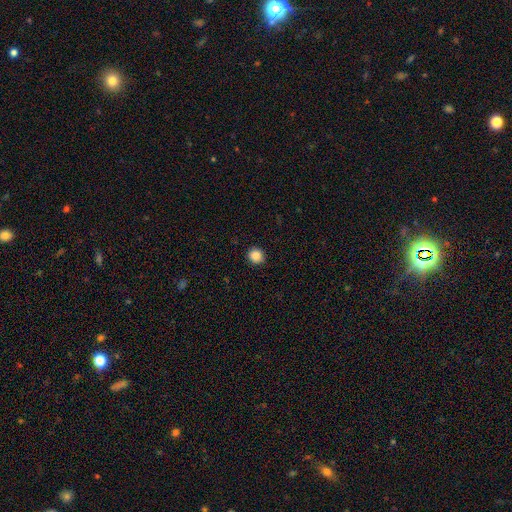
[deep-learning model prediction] This appears to be a smooth galaxy with no disk features (87%) that is round (91%). Merging: none (92%).